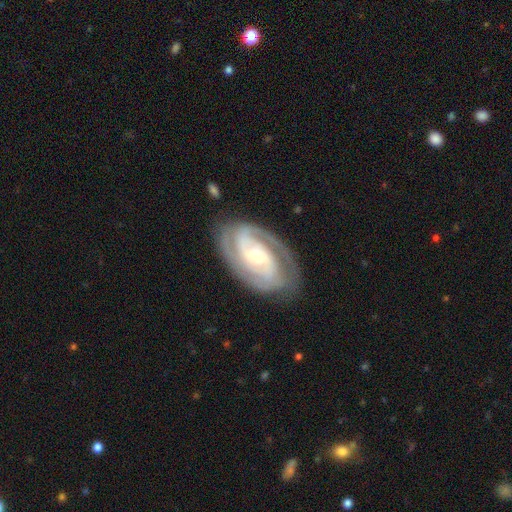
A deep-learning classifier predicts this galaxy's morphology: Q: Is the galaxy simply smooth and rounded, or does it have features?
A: featured or disk — 89%.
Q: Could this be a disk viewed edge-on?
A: no — 97%.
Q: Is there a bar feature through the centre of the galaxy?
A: no — 44%.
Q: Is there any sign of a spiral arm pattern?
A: yes — 97%.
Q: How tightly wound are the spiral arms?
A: tight — 62%.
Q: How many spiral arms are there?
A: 2 — 62%.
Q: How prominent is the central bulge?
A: small — 59%.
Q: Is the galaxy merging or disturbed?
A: none — 77%.